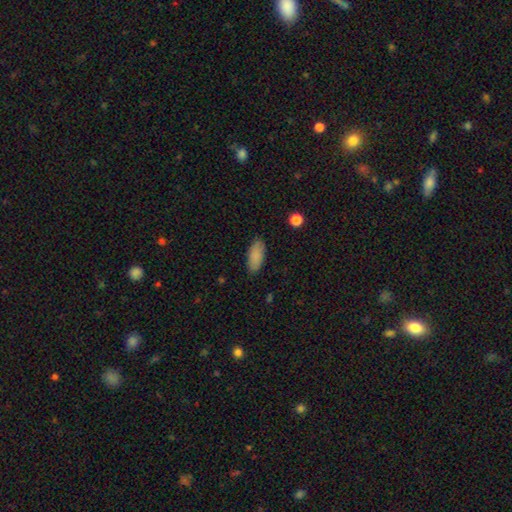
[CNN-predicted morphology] Smooth or featured? smooth (87%)
How rounded? in between (85%)
Merging? none (86%)